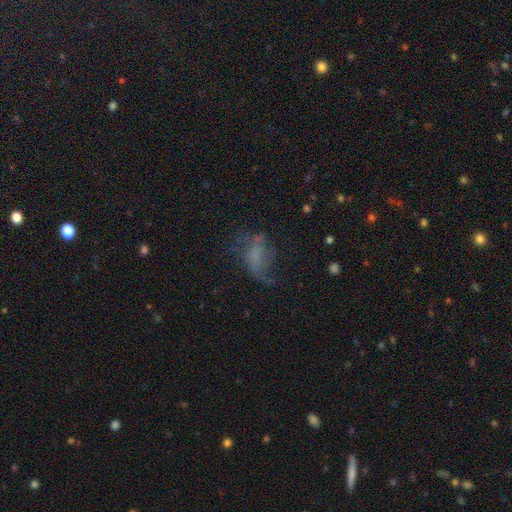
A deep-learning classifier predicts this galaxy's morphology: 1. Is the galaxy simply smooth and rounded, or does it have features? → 48% featured or disk, 36% smooth, 16% star or artifact.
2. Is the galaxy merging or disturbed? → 38% major disturbance (tied), 38% none (tied), 21% minor disturbance, 3% merger.